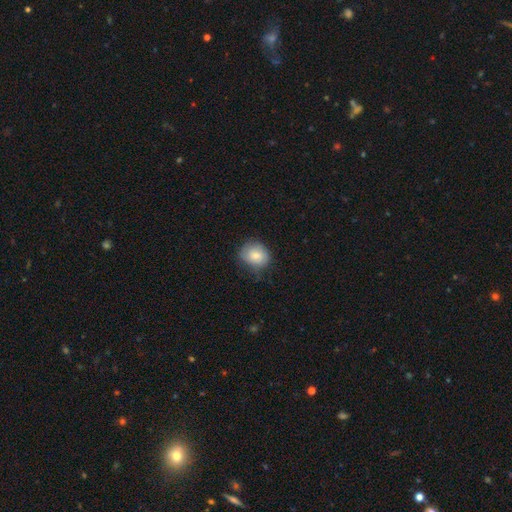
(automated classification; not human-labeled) Smooth or featured?
  - smooth: 77% *
  - featured or disk: 15%
  - star or artifact: 7%
How rounded?
  - round: 65% *
  - in between: 34%
  - cigar-shaped: 1%
Merging?
  - none: 65% *
  - minor disturbance: 28%
  - major disturbance: 6%
  - merger: 1%